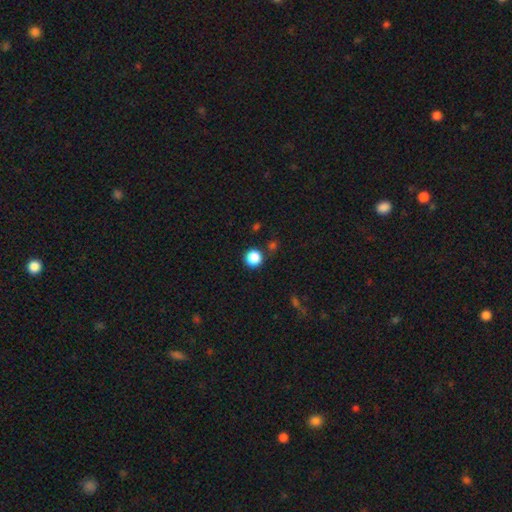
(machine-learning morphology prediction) A smooth galaxy with no disk features (85%) that is round (95%).

Vote fractions:
- Smooth or featured? smooth: 85% / star or artifact: 11% / featured or disk: 3%
- How rounded? round: 95% / in between: 4% / cigar-shaped: 1%
- Merging? none: 86% / minor disturbance: 7% / merger: 4% / major disturbance: 2%